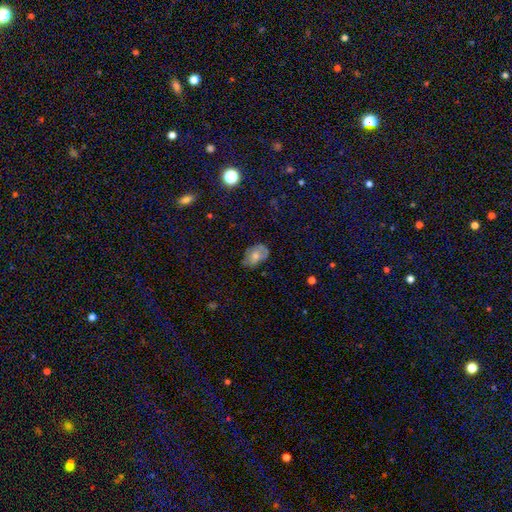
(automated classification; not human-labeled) Smooth or featured? smooth (58%)
How rounded? in between (81%)
Merging? none (57%)